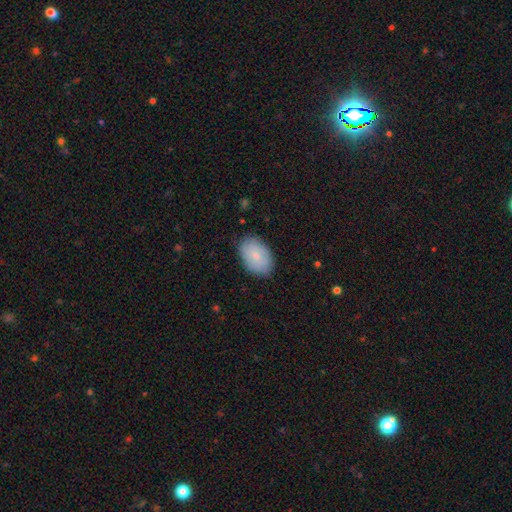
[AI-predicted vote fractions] A smooth galaxy with no disk features (78%) that is in between round and cigar-shaped (89%). Merging: none (85%).